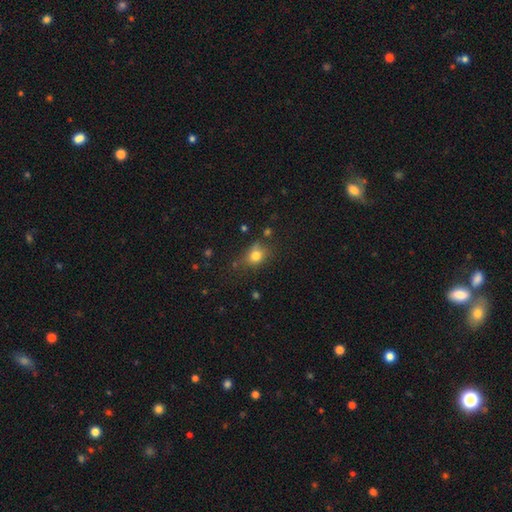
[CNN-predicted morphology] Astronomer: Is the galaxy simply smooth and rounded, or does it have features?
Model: smooth — 77%.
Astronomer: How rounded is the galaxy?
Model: round — 51% (runner-up: in between, 47%).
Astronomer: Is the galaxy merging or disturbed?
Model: none — 62%.